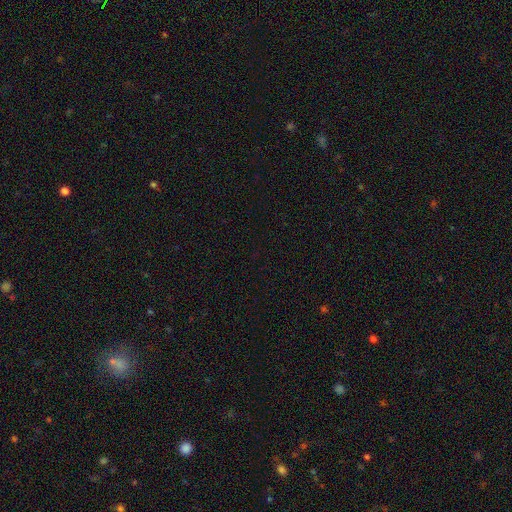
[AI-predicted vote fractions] Morphology: type=star or artifact (72%).